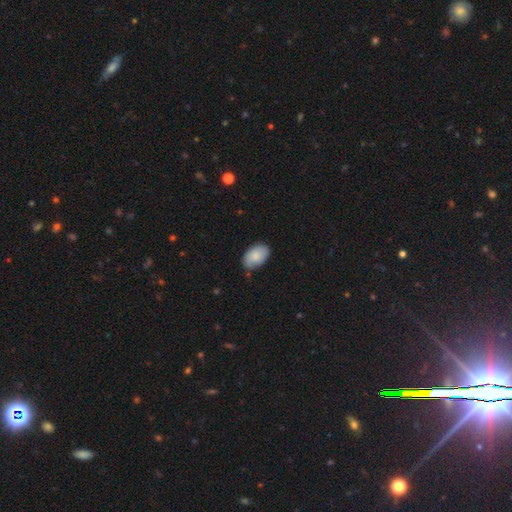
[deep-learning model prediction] This appears to be a smooth galaxy with no disk features (81%) that is in between round and cigar-shaped (92%). Merging: none (72%).